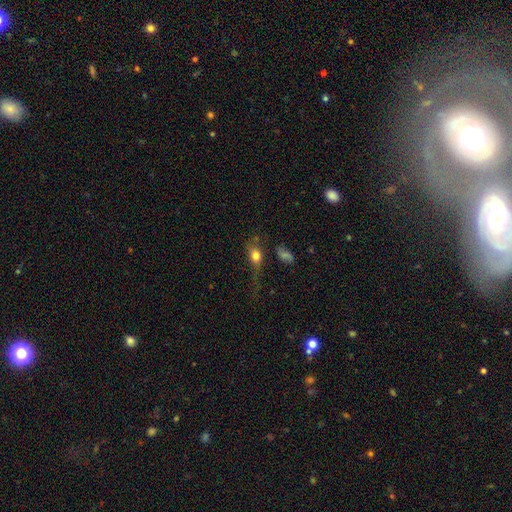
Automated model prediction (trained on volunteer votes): This appears to be a smooth galaxy with no disk features (70%) that is in between round and cigar-shaped (59%). Merging: major disturbance (38%).